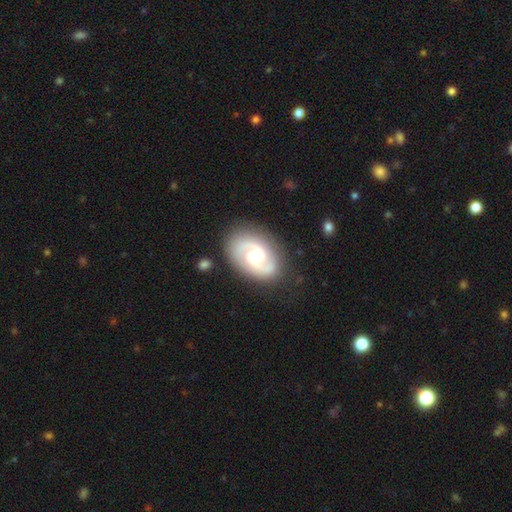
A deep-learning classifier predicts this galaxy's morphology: type=featured or disk (86%); edge-on=no (98%); bar=weak (45%, tied with no); spiral arms=yes (96%); winding=medium (55%); arm count=2 (91%); bulge=moderate (64%); merging=none (84%).